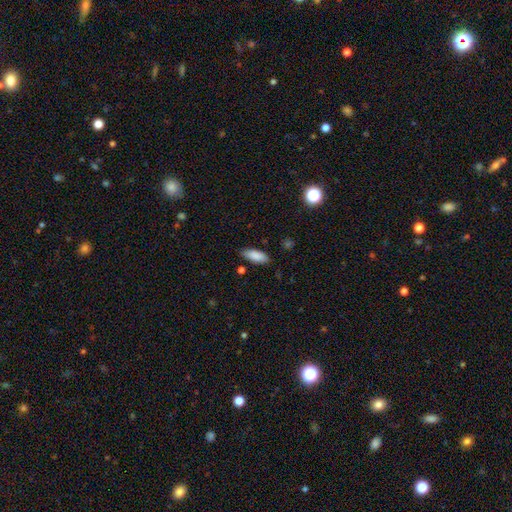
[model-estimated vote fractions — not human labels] This is clearly a smooth galaxy (88%). How rounded: likely in between (77%). Merging: clearly none (83%).